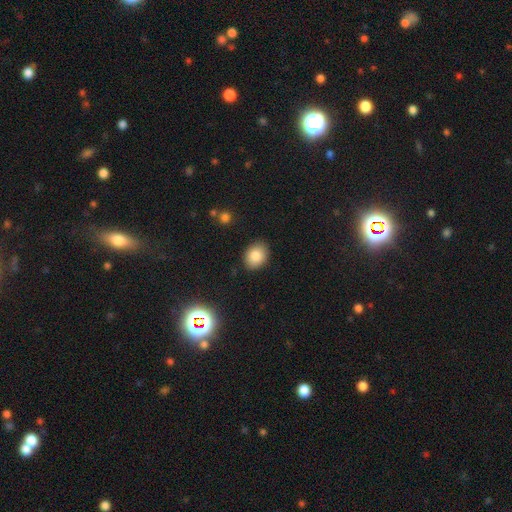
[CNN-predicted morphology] Smooth or featured? Predicted: smooth (p=0.83). How rounded? Predicted: in between (p=0.58). Merging? Predicted: none (p=0.86).